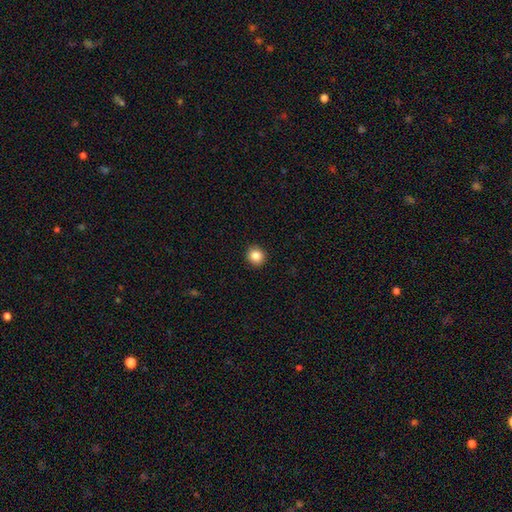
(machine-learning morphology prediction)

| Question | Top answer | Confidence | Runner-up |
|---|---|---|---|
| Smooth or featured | smooth | 86% | star or artifact (10%) |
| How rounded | round | 91% | in between (8%) |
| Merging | none | 93% | minor disturbance (5%) |